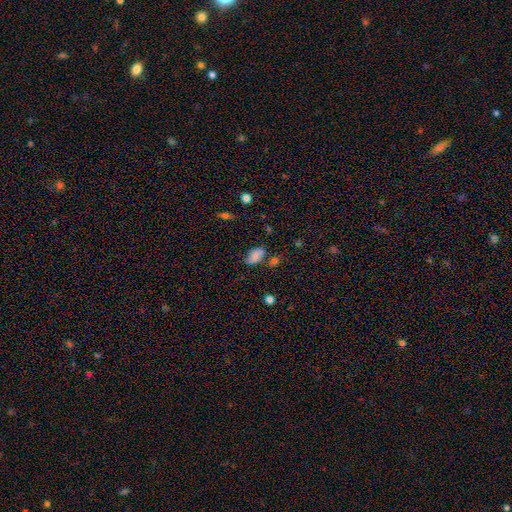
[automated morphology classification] This appears to be a smooth galaxy with no disk features (71%) that is in between round and cigar-shaped (91%). Merging: none (61%).